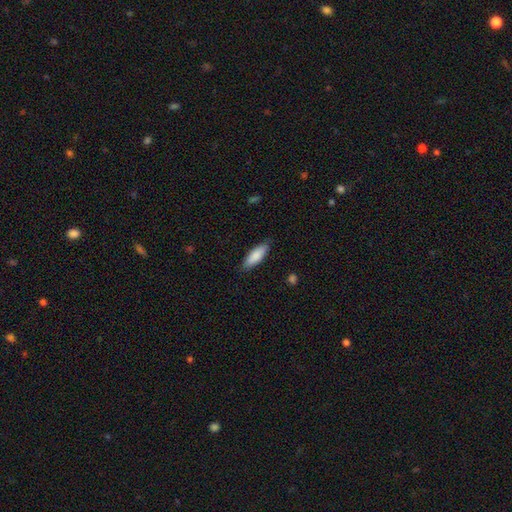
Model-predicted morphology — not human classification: Smooth or featured? smooth (85%)
How rounded? in between (54%)
Merging? none (86%)